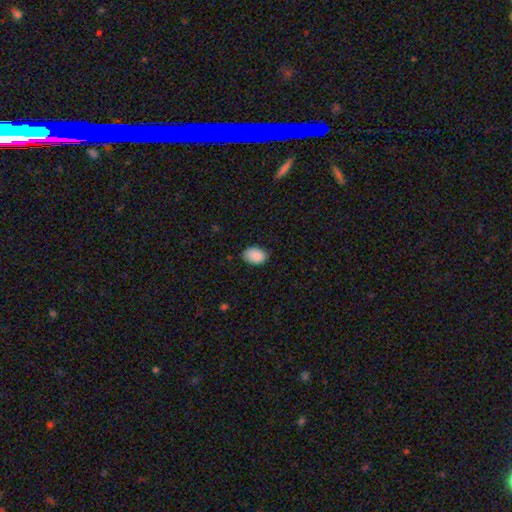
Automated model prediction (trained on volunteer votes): The model was most divided on "how rounded": in between: 83%, round: 16%, cigar-shaped: 1%. More confident: smooth or featured — smooth (90%); merging — none (82%).